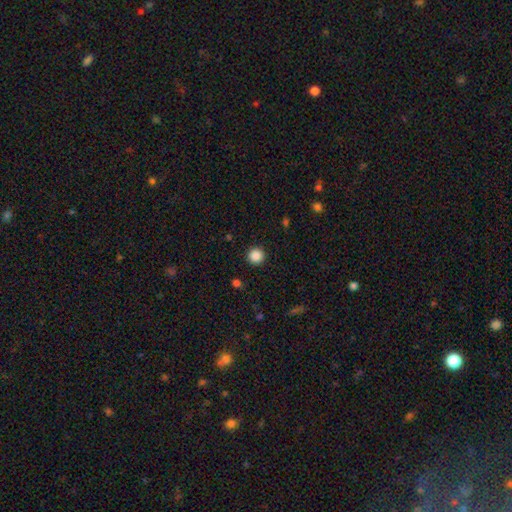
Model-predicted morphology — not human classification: smooth-or-featured: smooth: 87% | star or artifact: 10% | featured or disk: 3%
  how-rounded: round: 96% | in between: 3% | cigar-shaped: 1%
  merging: none: 93% | minor disturbance: 5% | major disturbance: 2% | merger: 1%